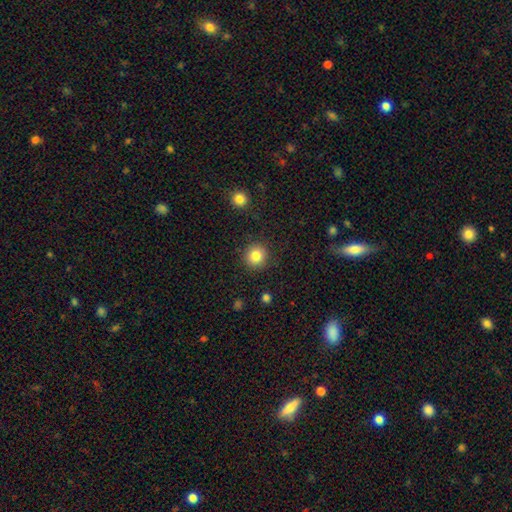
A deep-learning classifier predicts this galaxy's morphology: smooth-or-featured: smooth: 83% | star or artifact: 10% | featured or disk: 6%
  how-rounded: round: 93% | in between: 6% | cigar-shaped: 1%
  merging: none: 90% | minor disturbance: 6% | major disturbance: 2% | merger: 1%